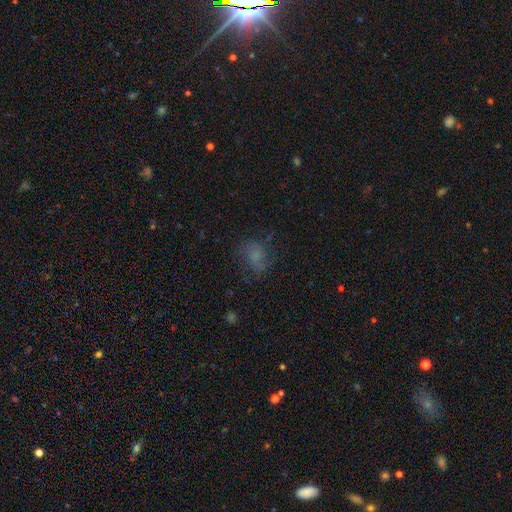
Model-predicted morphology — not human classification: smooth 50%, featured or disk 33%, star or artifact 17%. Down the decision tree: merging — none (60%).